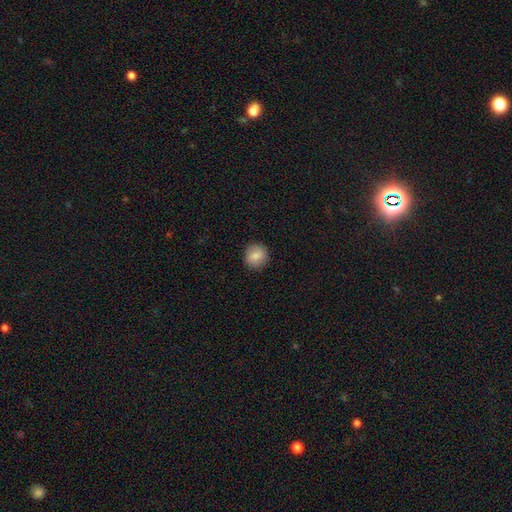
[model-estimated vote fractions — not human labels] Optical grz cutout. It shows a smooth galaxy with no disk features (83%) that is round (91%). Merging: none (89%).